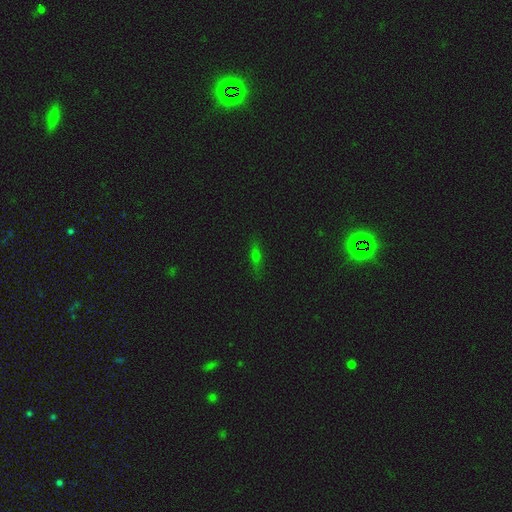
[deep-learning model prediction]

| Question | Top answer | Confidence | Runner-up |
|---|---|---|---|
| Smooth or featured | smooth | 50% | featured or disk (33%) |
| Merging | none | 84% | minor disturbance (12%) |